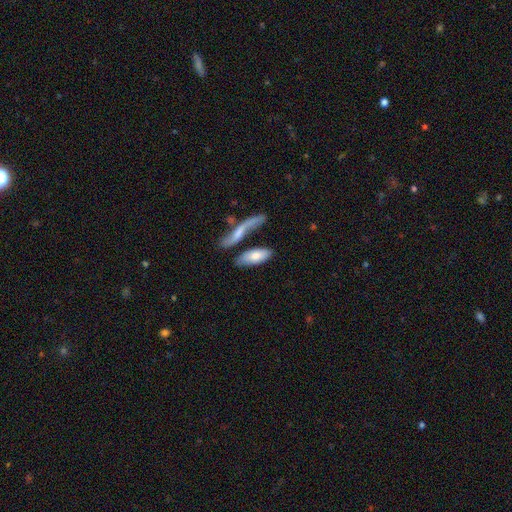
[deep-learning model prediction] Morphology: type=smooth (71%); roundness=in between (69%); merging=none (45%).